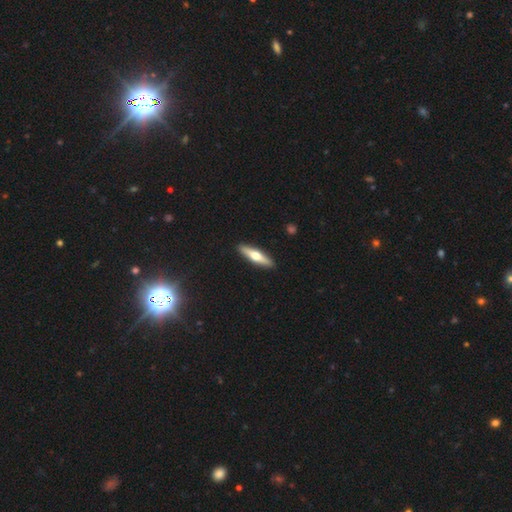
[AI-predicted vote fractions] Morphology: type=featured or disk (52%); edge-on=yes (93%); merging=none (92%).